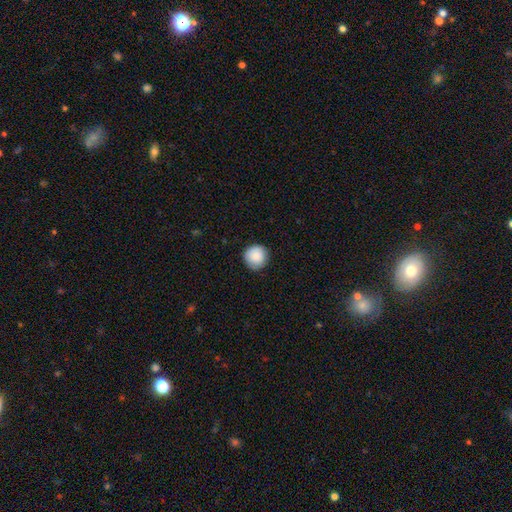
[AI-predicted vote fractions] smooth 88%, star or artifact 8%, featured or disk 4%. Down the decision tree: how rounded — round (95%); merging — none (88%).